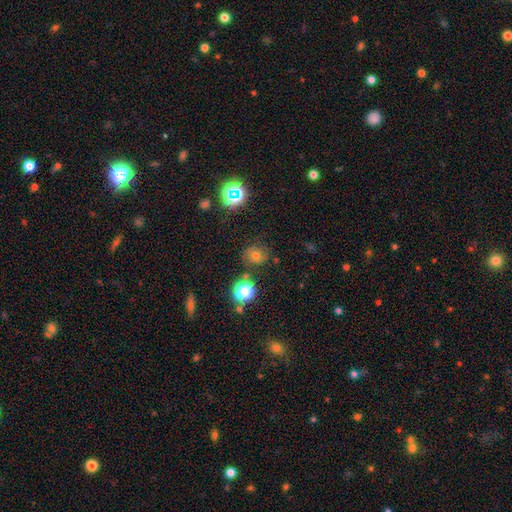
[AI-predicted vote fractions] Q: Smooth or featured?
A: smooth (56%); runner-up: star or artifact (28%)
Q: How rounded?
A: round (78%); runner-up: in between (21%)
Q: Merging?
A: none (76%); runner-up: minor disturbance (15%)